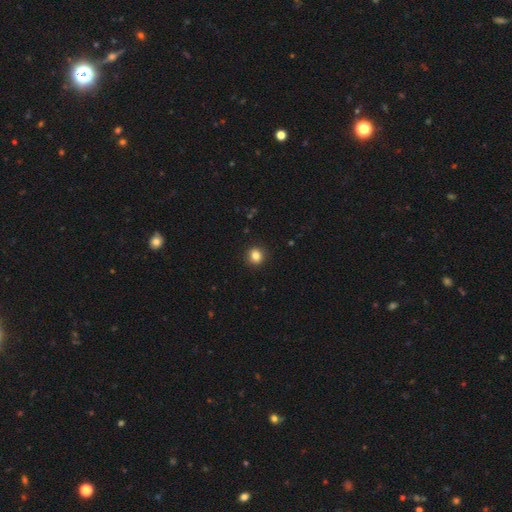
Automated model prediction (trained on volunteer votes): smooth_or_featured: smooth (p=0.84) [alt: star or artifact p=0.11]
how_rounded: round (p=0.87) [alt: in between p=0.12]
merging: none (p=0.92) [alt: minor disturbance p=0.05]